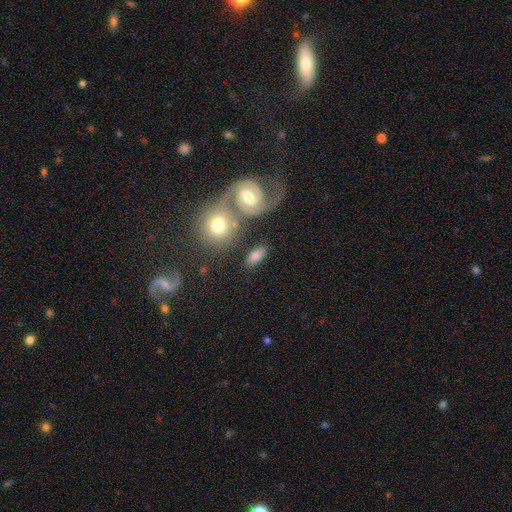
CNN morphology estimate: Overall: smooth (66%; featured or disk 27%). How rounded: in between (83%). Merging: none (67%).